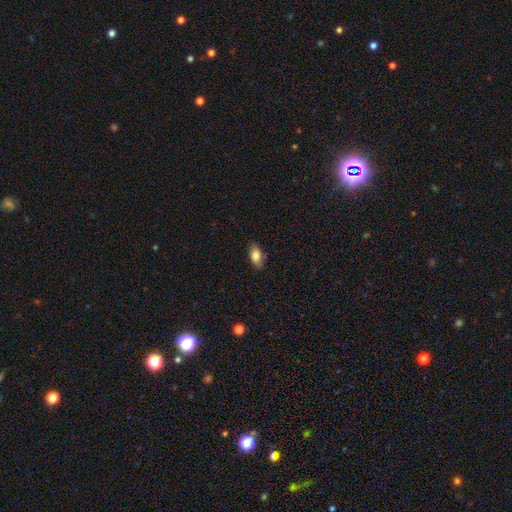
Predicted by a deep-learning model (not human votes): Q: Smooth or featured?
A: smooth (83%); runner-up: featured or disk (9%)
Q: How rounded?
A: in between (89%); runner-up: cigar-shaped (6%)
Q: Merging?
A: none (84%); runner-up: minor disturbance (12%)